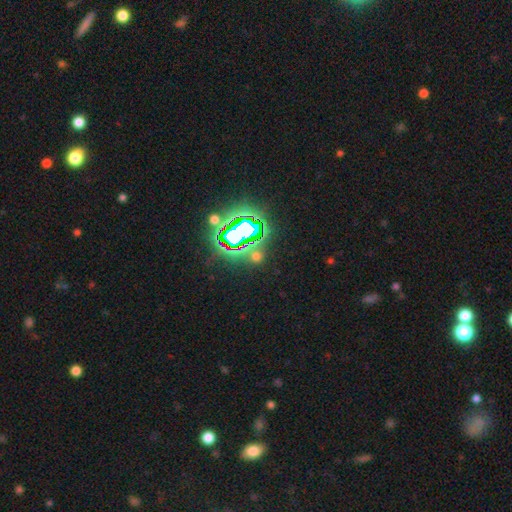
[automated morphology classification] Overall: star or artifact (61%; smooth 29%).